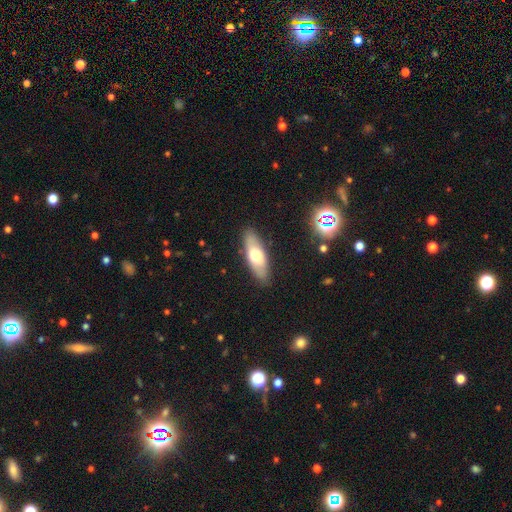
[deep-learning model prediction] Morphology: type=smooth (62%); roundness=in between (62%); merging=none (86%).